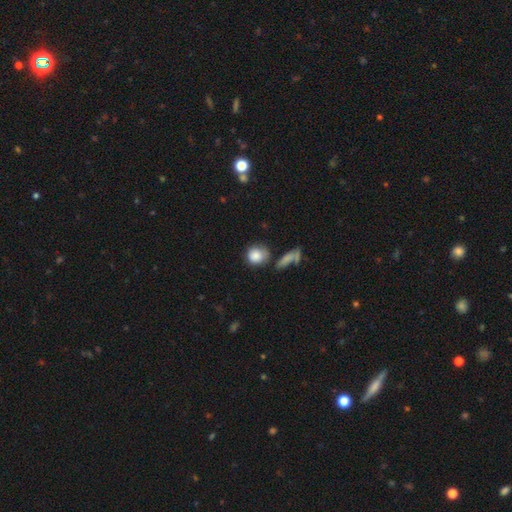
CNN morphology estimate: The model was most divided on "merging": none: 57%, minor disturbance: 22%, merger: 13%, major disturbance: 8%. More confident: smooth or featured — smooth (84%); how rounded — round (78%).